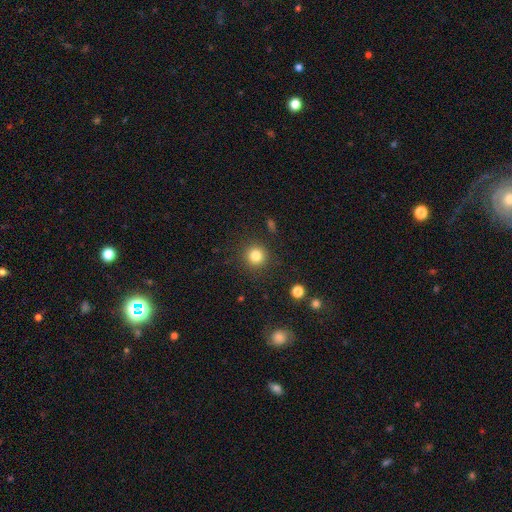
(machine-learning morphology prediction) The model was most divided on "smooth or featured": smooth: 82%, star or artifact: 12%, featured or disk: 6%. More confident: how rounded — round (94%); merging — none (90%).